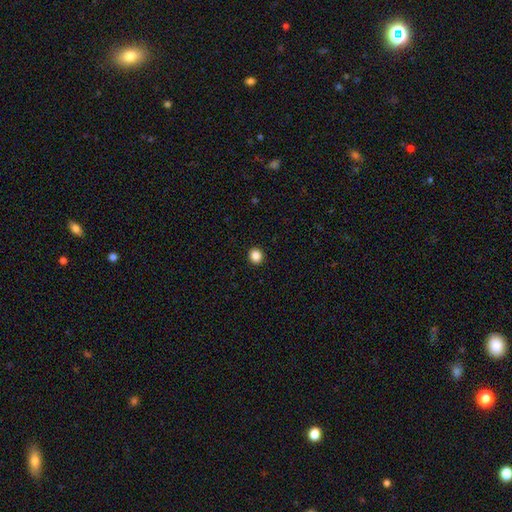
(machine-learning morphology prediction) This appears to be a smooth galaxy with no disk features (87%) that is round (87%). Merging: none (93%).